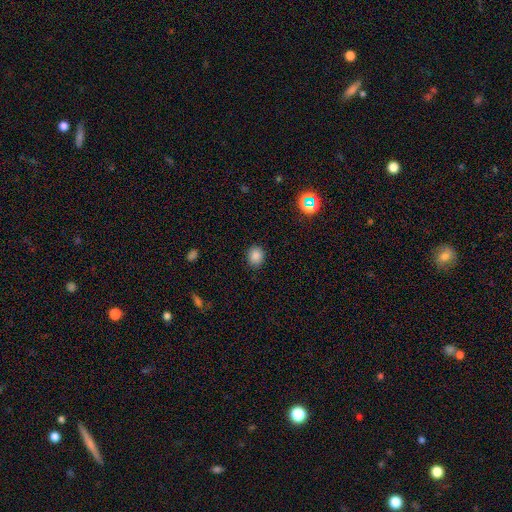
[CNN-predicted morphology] smooth-or-featured: smooth: 85% | star or artifact: 11% | featured or disk: 4%
  how-rounded: round: 67% | in between: 32% | cigar-shaped: 1%
  merging: none: 88% | minor disturbance: 8% | major disturbance: 2% | merger: 1%